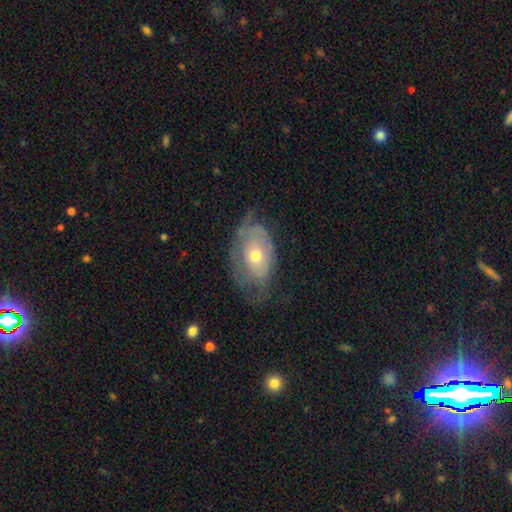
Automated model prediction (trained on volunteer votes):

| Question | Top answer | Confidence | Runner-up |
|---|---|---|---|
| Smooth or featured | featured or disk | 59% | smooth (34%) |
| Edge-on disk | no | 92% | yes (8%) |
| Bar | no | 84% | weak (14%) |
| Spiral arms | yes | 61% | no (39%) |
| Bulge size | moderate | 58% | small (36%) |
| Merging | none | 47% | minor disturbance (30%) |